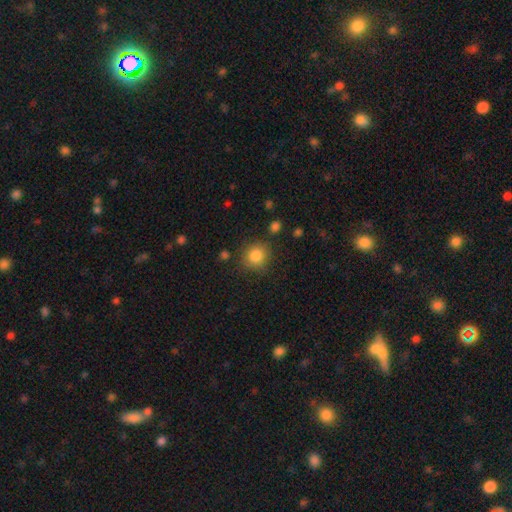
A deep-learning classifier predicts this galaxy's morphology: smooth 84%, star or artifact 10%, featured or disk 5%. Down the decision tree: how rounded — round (86%); merging — none (82%).